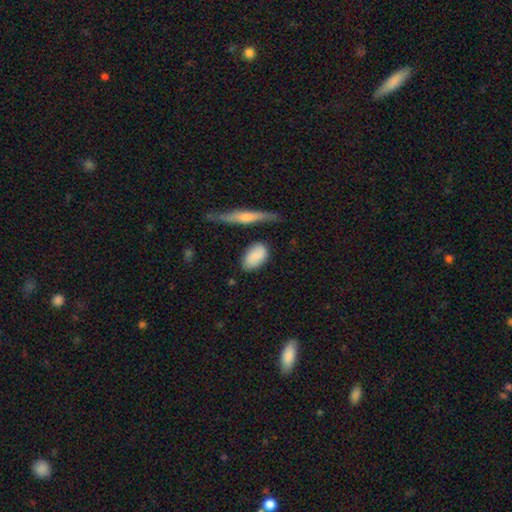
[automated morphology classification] A smooth galaxy with no disk features (82%) that is in between round and cigar-shaped (90%).

Vote fractions:
- Smooth or featured? smooth: 82% / featured or disk: 11% / star or artifact: 6%
- How rounded? in between: 90% / round: 6% / cigar-shaped: 4%
- Merging? none: 67% / minor disturbance: 22% / merger: 6% / major disturbance: 6%